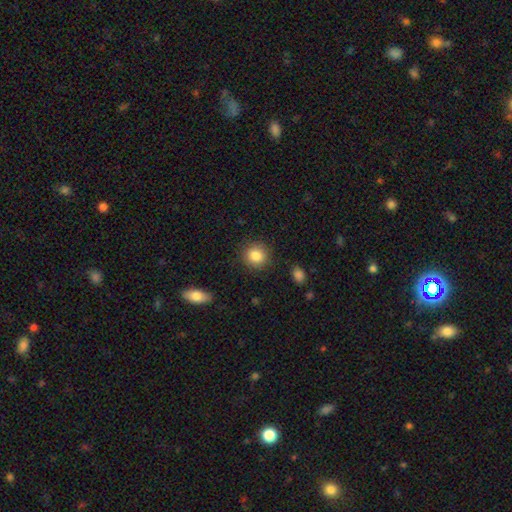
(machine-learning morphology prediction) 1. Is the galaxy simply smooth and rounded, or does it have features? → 85% smooth, 9% star or artifact, 6% featured or disk.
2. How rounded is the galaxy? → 89% round, 10% in between, 1% cigar-shaped.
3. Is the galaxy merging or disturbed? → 89% none, 7% minor disturbance, 2% major disturbance, 1% merger.